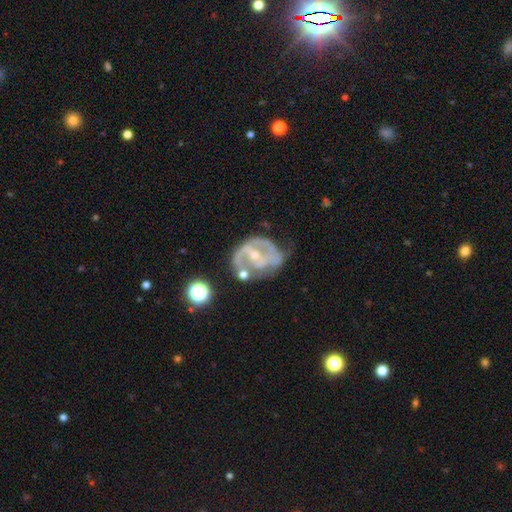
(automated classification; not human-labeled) smooth-or-featured: featured or disk: 81% | smooth: 11% | star or artifact: 8%
  disk-edge-on: no: 97% | yes: 3%
    bar: strong: 37% (tied) | weak: 37% (tied) | no: 26%
    has-spiral-arms: yes: 77% | no: 23%
      spiral-winding: medium: 45% | tight: 33% | loose: 22%
      spiral-arm-count: 2: 62% | can't tell: 20% | 1: 8% | 3: 6% | 4: 2% | more than 4: 2%
    bulge-size: small: 65% | moderate: 30% | none: 2% | large: 1% | dominant: 1%
  merging: none: 41% | minor disturbance: 27% | major disturbance: 22% | merger: 10%